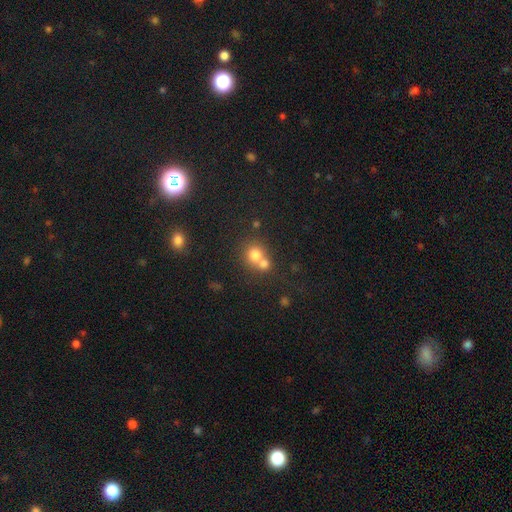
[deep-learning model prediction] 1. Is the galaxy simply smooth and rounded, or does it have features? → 72% smooth, 15% star or artifact, 13% featured or disk.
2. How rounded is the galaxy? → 82% round, 17% in between, 1% cigar-shaped.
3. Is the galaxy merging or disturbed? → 55% merger, 37% none, 6% minor disturbance, 3% major disturbance.